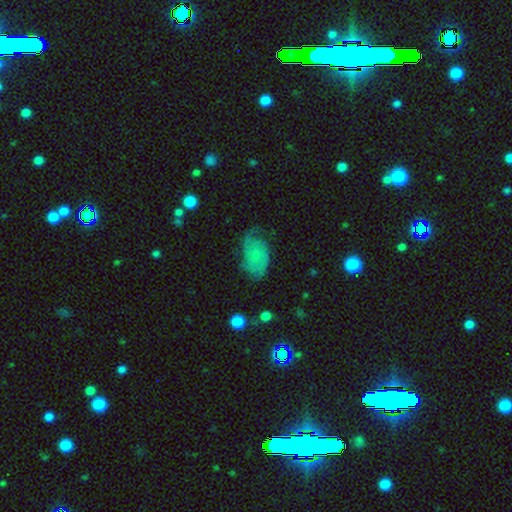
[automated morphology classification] Smooth or featured? featured or disk (52%)
Edge-on disk? no (96%)
Bar? no (75%)
Spiral arms? yes (83%)
Bulge size? small (56%)
Merging? none (53%)